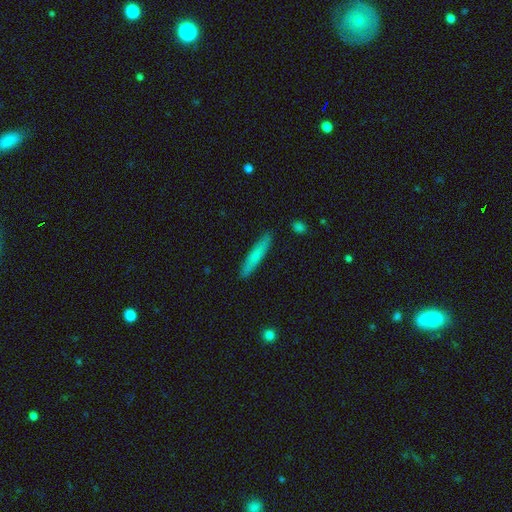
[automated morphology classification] This appears to be a smooth galaxy with no disk features (70%) that is cigar-shaped (93%). Merging: none (89%).